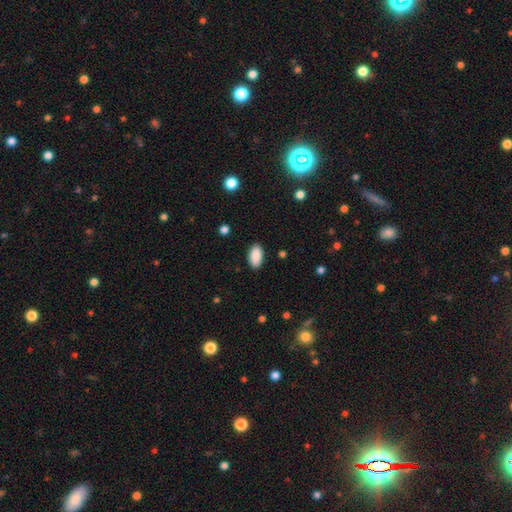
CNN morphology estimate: Smooth or featured: smooth — 90% (star or artifact — 7%)
How rounded: in between — 94% (cigar-shaped — 3%)
Merging: none — 89% (minor disturbance — 8%)